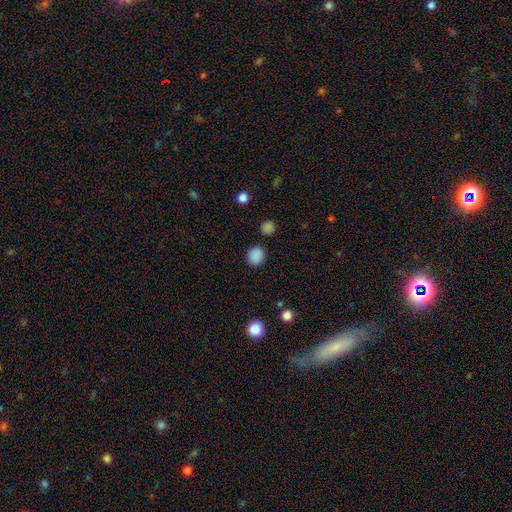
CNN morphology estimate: smooth 85%, star or artifact 12%, featured or disk 3%. Down the decision tree: how rounded — round (75%); merging — none (86%).